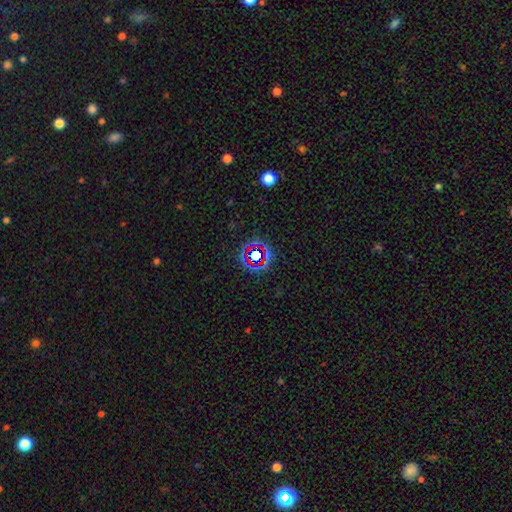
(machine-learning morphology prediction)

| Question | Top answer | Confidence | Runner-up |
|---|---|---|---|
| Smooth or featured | star or artifact | 69% | smooth (19%) |